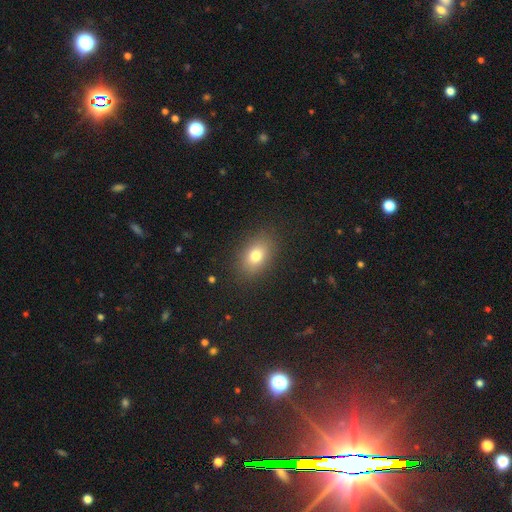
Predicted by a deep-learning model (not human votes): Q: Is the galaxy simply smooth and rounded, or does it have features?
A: smooth — 77%.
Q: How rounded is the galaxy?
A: in between — 79%.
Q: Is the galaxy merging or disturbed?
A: none — 87%.